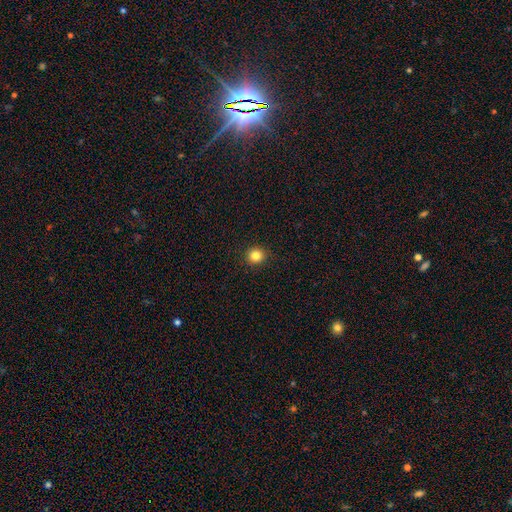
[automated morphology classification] Smooth or featured: smooth — 83% (star or artifact — 12%)
How rounded: round — 93% (in between — 6%)
Merging: none — 92% (minor disturbance — 5%)